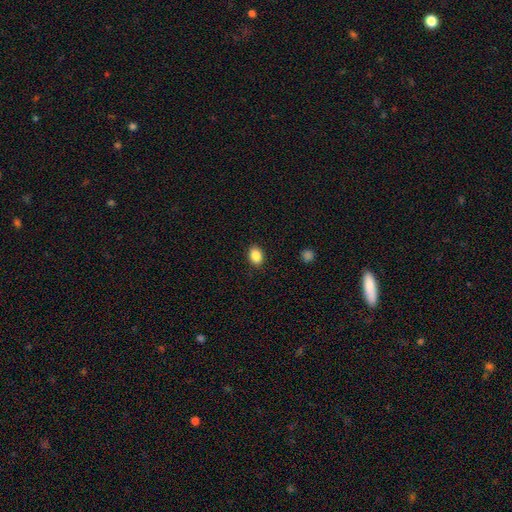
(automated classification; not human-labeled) Smooth or featured? smooth (88%)
How rounded? in between (76%)
Merging? none (89%)